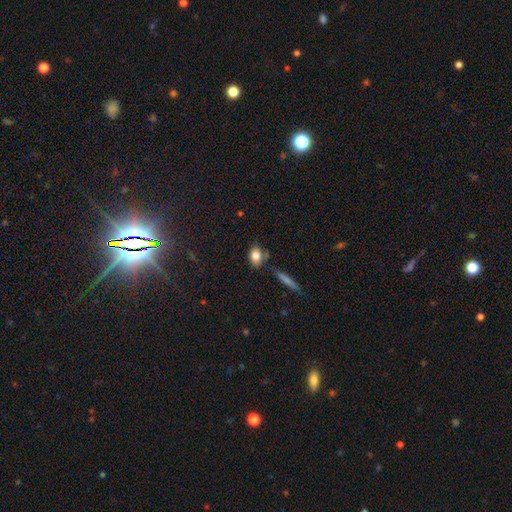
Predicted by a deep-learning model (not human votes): smooth_or_featured: smooth (p=0.81) [alt: featured or disk p=0.10]
how_rounded: in between (p=0.69) [alt: round p=0.27]
merging: none (p=0.69) [alt: minor disturbance p=0.16]